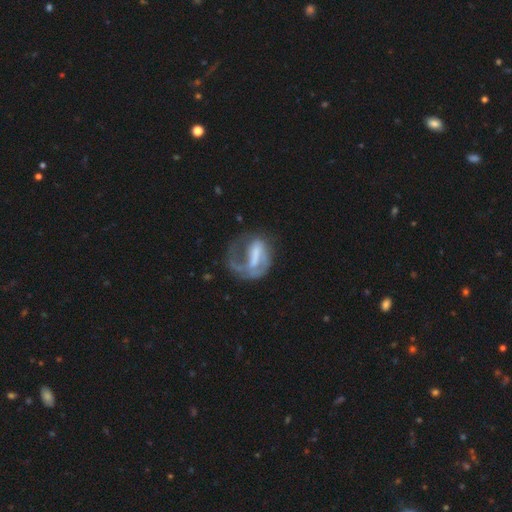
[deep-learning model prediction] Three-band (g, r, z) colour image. It shows a featured or disk galaxy (66%) with a strong bar (37%), spiral arms (65%) and no central bulge (38%). Merging: major disturbance (48%).